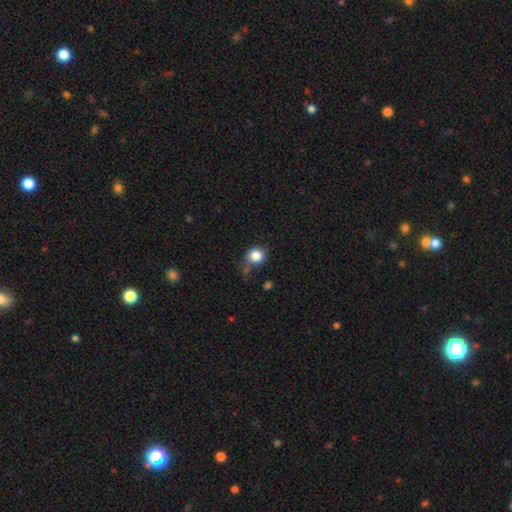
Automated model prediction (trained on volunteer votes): Smooth or featured: smooth — 85% (star or artifact — 10%)
How rounded: round — 84% (in between — 15%)
Merging: none — 64% (minor disturbance — 23%)